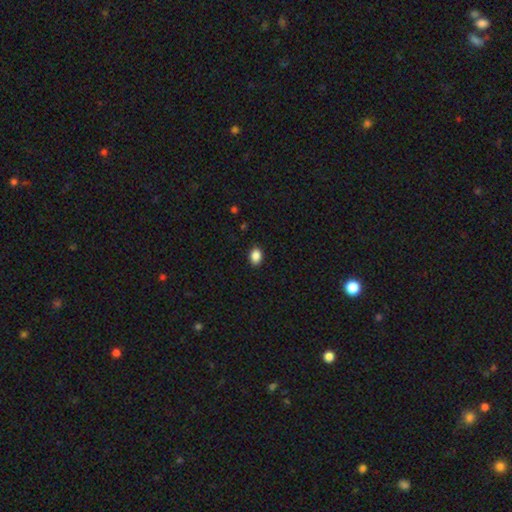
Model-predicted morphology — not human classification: Q: Smooth or featured?
A: smooth (88%); runner-up: star or artifact (9%)
Q: How rounded?
A: in between (76%); runner-up: round (23%)
Q: Merging?
A: none (89%); runner-up: minor disturbance (8%)